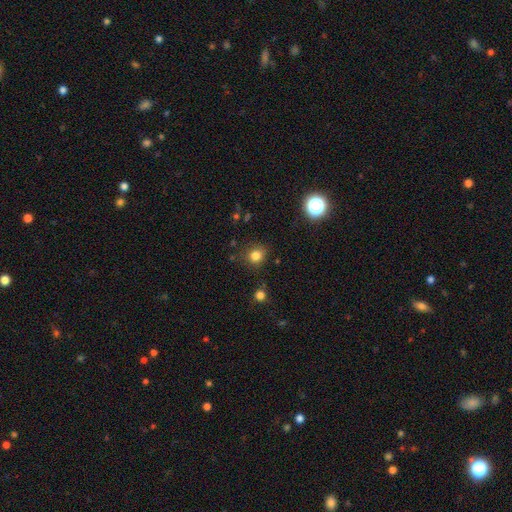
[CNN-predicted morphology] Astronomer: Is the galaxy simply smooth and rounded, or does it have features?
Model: smooth — 81%.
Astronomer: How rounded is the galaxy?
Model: round — 81%.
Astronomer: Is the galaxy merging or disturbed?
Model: none — 82%.